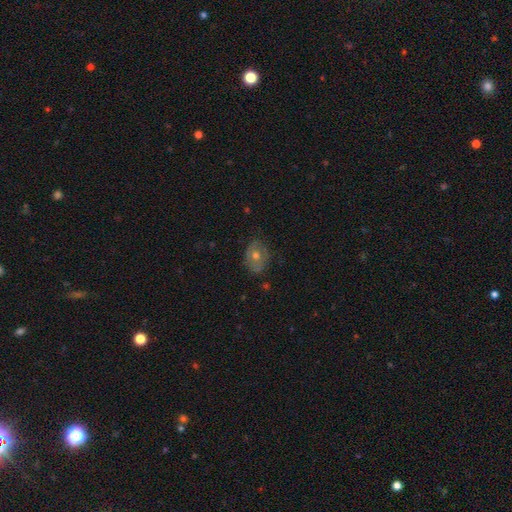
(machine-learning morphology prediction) This appears to be a featured or disk galaxy (48%). Merging: none (75%).